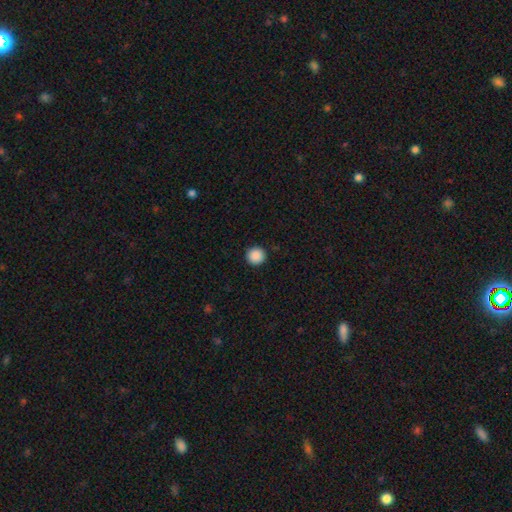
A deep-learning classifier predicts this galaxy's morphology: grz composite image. It shows a smooth galaxy with no disk features (89%) that is round (96%). Merging: none (93%).